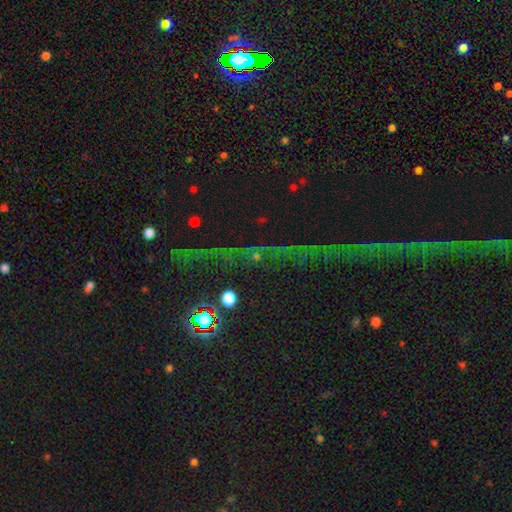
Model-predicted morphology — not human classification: Smooth or featured?
  - star or artifact: 75% *
  - featured or disk: 13%
  - smooth: 12%